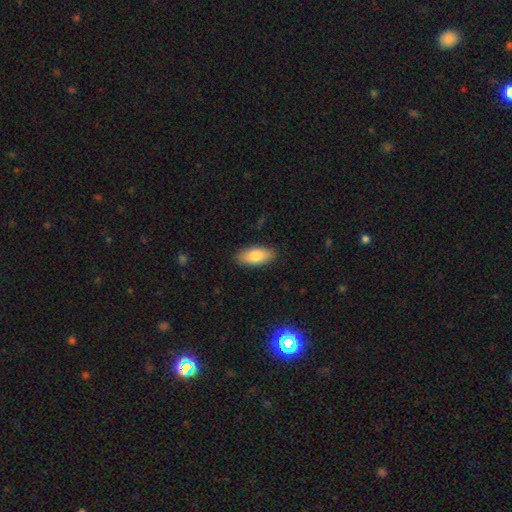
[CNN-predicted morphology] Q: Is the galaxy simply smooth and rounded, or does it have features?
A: smooth — 81%.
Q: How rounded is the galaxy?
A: in between — 88%.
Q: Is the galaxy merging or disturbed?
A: none — 86%.